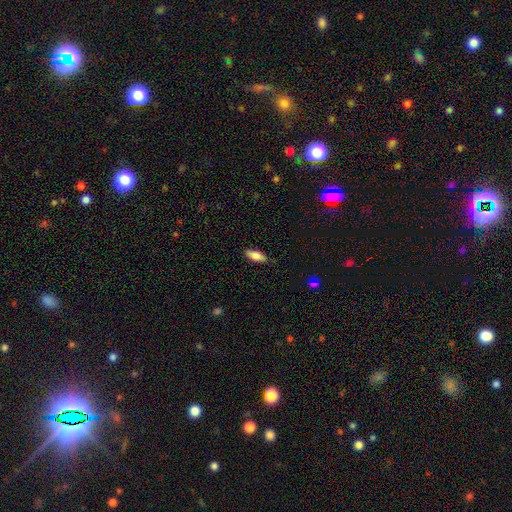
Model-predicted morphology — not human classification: The model was most divided on "how rounded": in between: 77%, cigar-shaped: 21%, round: 2%. More confident: merging — none (83%); smooth or featured — smooth (82%).